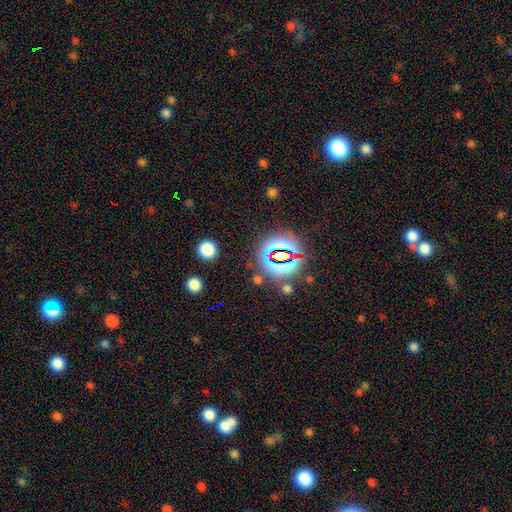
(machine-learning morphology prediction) Smooth or featured? star or artifact (82%)